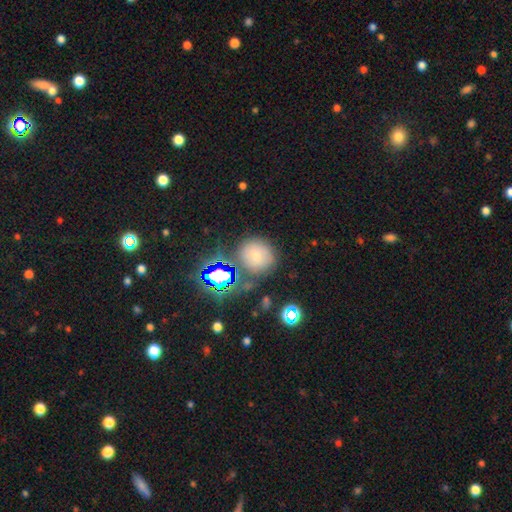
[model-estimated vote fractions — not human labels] Q: Smooth or featured?
A: smooth (60%); runner-up: star or artifact (22%)
Q: How rounded?
A: round (87%); runner-up: in between (12%)
Q: Merging?
A: none (74%); runner-up: minor disturbance (14%)